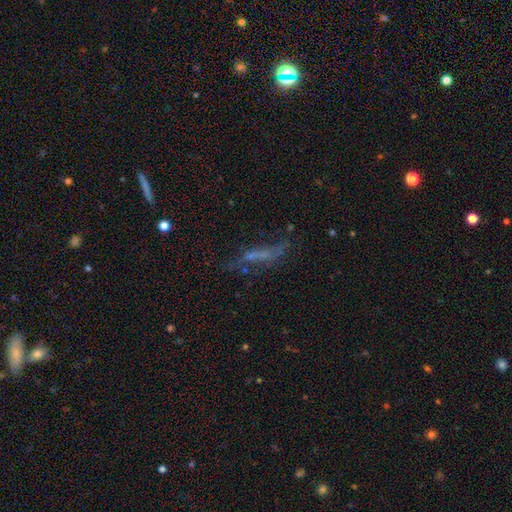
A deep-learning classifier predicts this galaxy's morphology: Smooth or featured: featured or disk — 44% (smooth — 35%)
Merging: none — 49% (major disturbance — 23%)